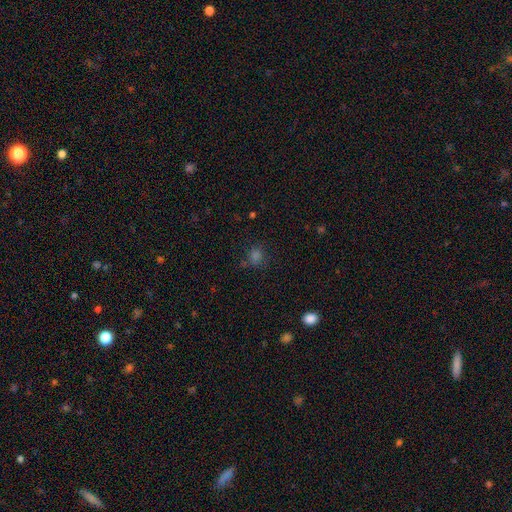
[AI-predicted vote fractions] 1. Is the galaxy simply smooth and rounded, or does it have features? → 66% smooth, 28% star or artifact, 6% featured or disk.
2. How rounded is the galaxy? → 82% round, 17% in between, 1% cigar-shaped.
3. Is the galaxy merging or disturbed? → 77% none, 13% minor disturbance, 5% major disturbance, 5% merger.